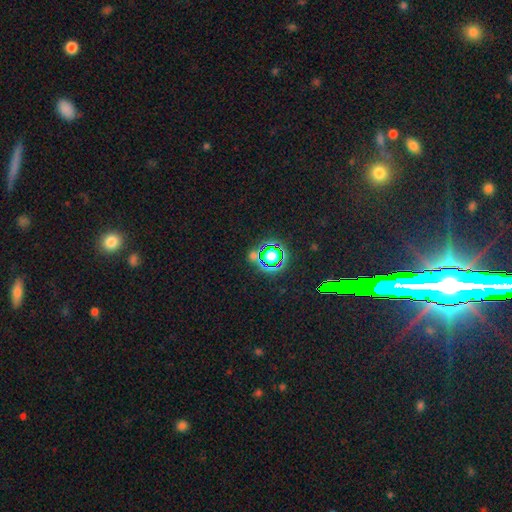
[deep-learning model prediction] Smooth or featured? Predicted: star or artifact (p=0.72).